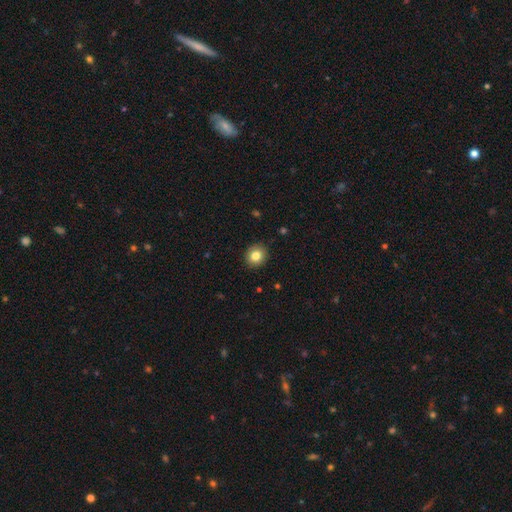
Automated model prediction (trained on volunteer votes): Smooth or featured?
  - smooth: 82% *
  - star or artifact: 10%
  - featured or disk: 8%
How rounded?
  - round: 78% *
  - in between: 21%
  - cigar-shaped: 1%
Merging?
  - none: 91% *
  - minor disturbance: 7%
  - major disturbance: 2%
  - merger: 1%